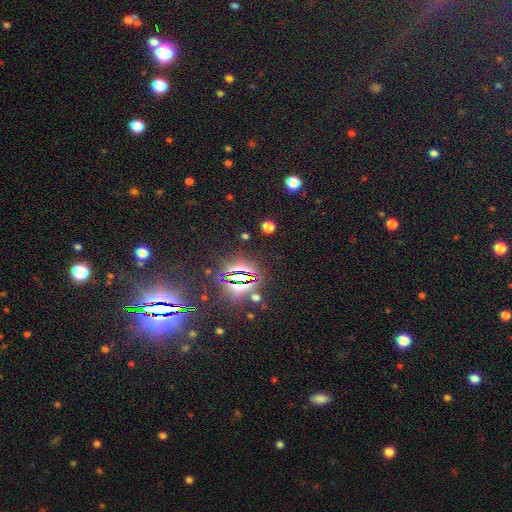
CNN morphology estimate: This appears to be a star or artifact, not a galaxy (84%).